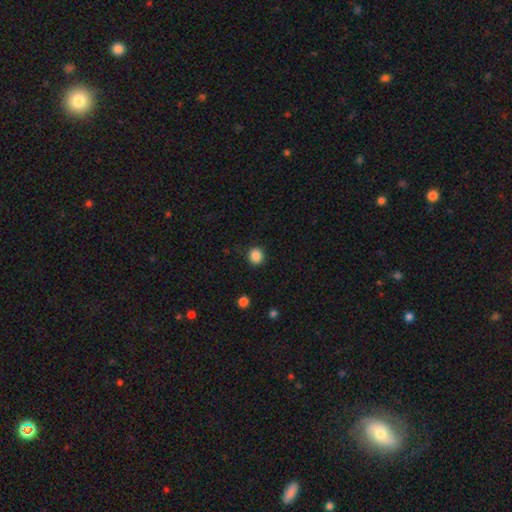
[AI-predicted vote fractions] Smooth or featured? Predicted: smooth (p=0.87). How rounded? Predicted: round (p=0.87). Merging? Predicted: none (p=0.89).